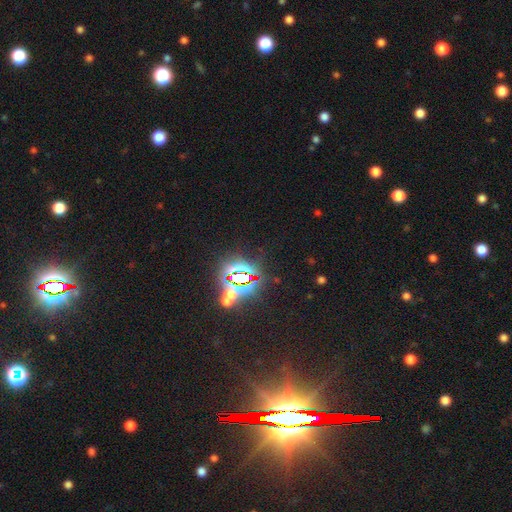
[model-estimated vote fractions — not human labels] Smooth or featured? Predicted: star or artifact (p=0.83).